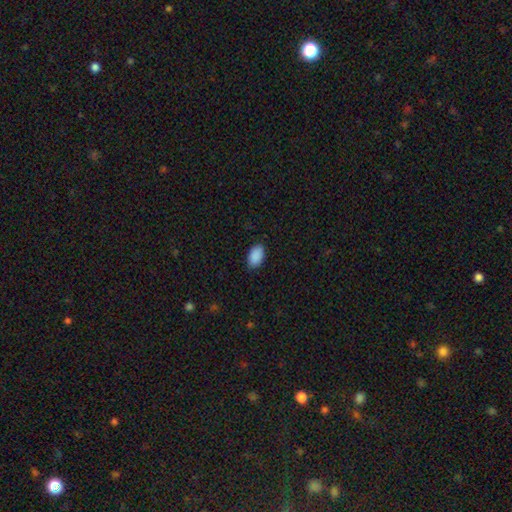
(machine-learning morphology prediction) Smooth or featured: smooth — 90% (star or artifact — 7%)
How rounded: in between — 93% (round — 6%)
Merging: none — 87% (minor disturbance — 10%)